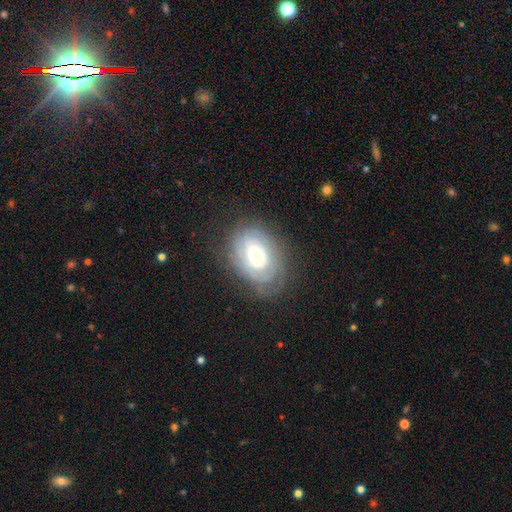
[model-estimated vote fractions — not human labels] The model was most divided on "bulge size": moderate: 51%, small: 42%, large: 4%, dominant: 1%, none: 1%. More confident: edge-on disk — no (95%); spiral arms — yes (80%); spiral winding — tight (78%); bar — no (76%); merging — none (74%); smooth or featured — featured or disk (71%); spiral arm count — can't tell (57%).